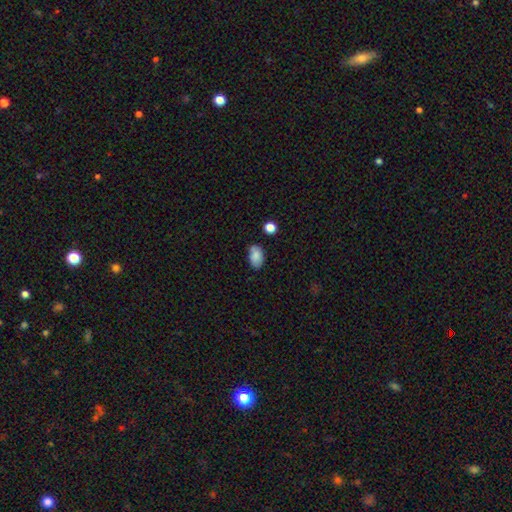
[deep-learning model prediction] A smooth galaxy with no disk features (84%) that is in between round and cigar-shaped (90%).

Vote fractions:
- Smooth or featured? smooth: 84% / star or artifact: 8% / featured or disk: 8%
- How rounded? in between: 90% / round: 8% / cigar-shaped: 1%
- Merging? none: 70% / minor disturbance: 22% / merger: 4% / major disturbance: 4%